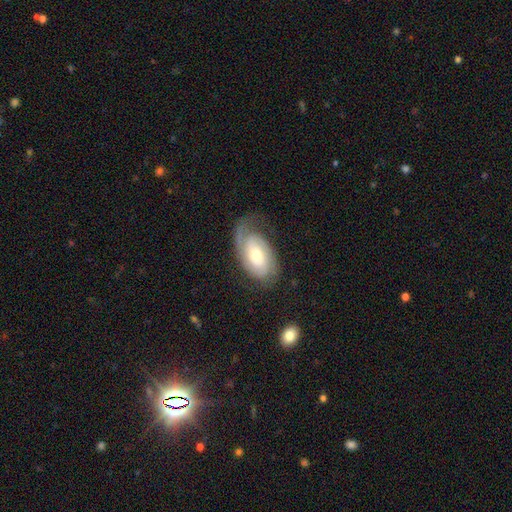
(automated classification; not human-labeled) Smooth or featured? Predicted: featured or disk (p=0.79). Edge-on disk? Predicted: no (p=0.95). Bar? Predicted: no (p=0.57). Spiral arms? Predicted: yes (p=0.94). Spiral winding? Predicted: tight (p=0.58). Spiral arm count? Predicted: 2 (p=0.58). Bulge size? Predicted: moderate (p=0.54). Merging? Predicted: none (p=0.65).